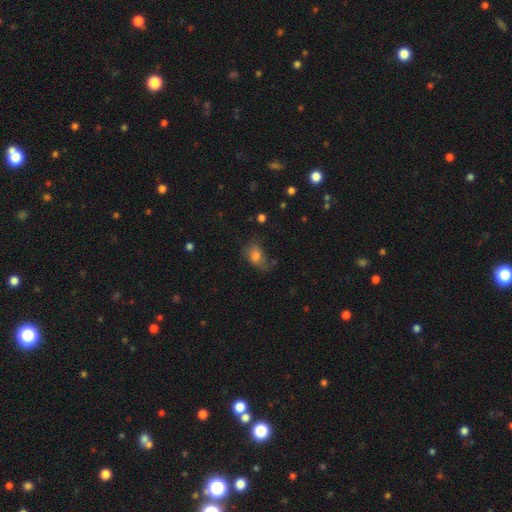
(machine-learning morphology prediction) The model was most divided on "merging": none: 47%, minor disturbance: 31%, major disturbance: 18%, merger: 4%. More confident: how rounded — in between (79%); smooth or featured — smooth (72%).